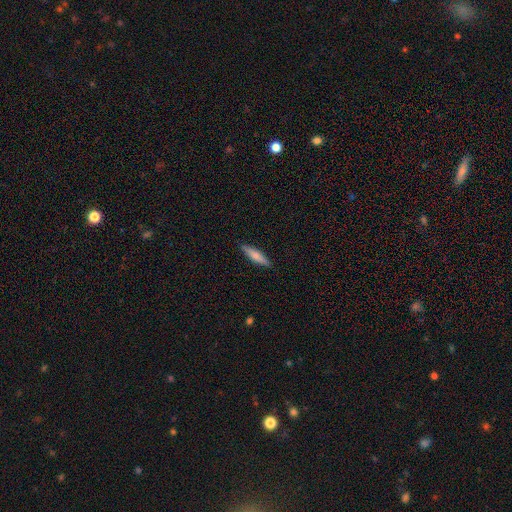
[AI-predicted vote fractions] smooth-or-featured: smooth: 65% | featured or disk: 29% | star or artifact: 6%
  how-rounded: cigar-shaped: 80% | in between: 18% | round: 2%
  merging: none: 89% | minor disturbance: 8% | major disturbance: 2% | merger: 1%